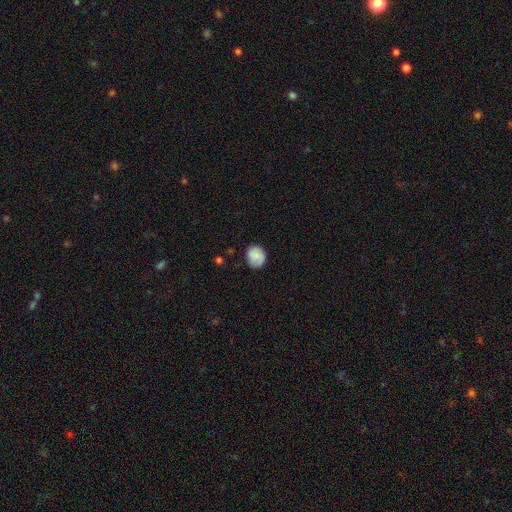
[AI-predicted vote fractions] The model was most divided on "how rounded": round: 71%, in between: 28%, cigar-shaped: 1%. More confident: merging — none (76%); smooth or featured — smooth (75%).